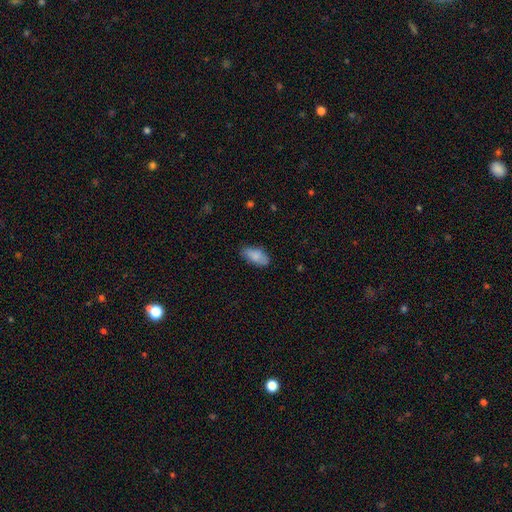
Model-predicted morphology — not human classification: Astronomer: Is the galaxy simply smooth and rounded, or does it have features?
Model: smooth — 84%.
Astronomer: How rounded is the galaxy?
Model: in between — 89%.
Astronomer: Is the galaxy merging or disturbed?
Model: none — 79%.